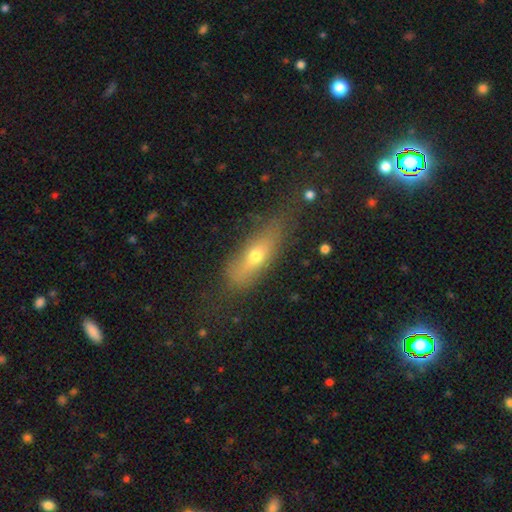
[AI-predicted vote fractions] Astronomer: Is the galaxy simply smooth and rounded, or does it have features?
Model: smooth — 56% (runner-up: featured or disk, 34%).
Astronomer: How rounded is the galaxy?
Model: in between — 51% (runner-up: cigar-shaped, 43%).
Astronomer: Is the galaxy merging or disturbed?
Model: none — 64%.